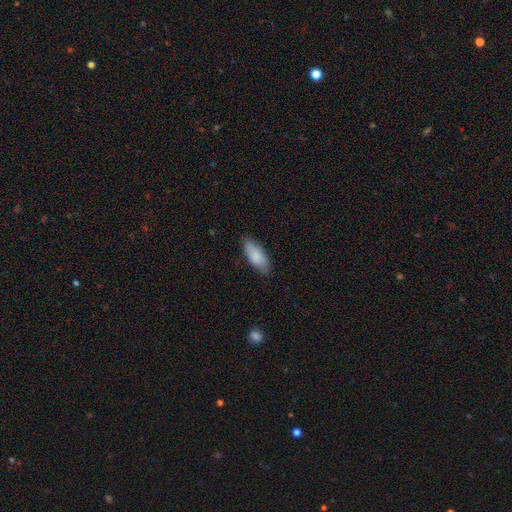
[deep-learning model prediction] smooth 85%, featured or disk 9%, star or artifact 6%. Down the decision tree: how rounded — in between (81%); merging — none (81%).